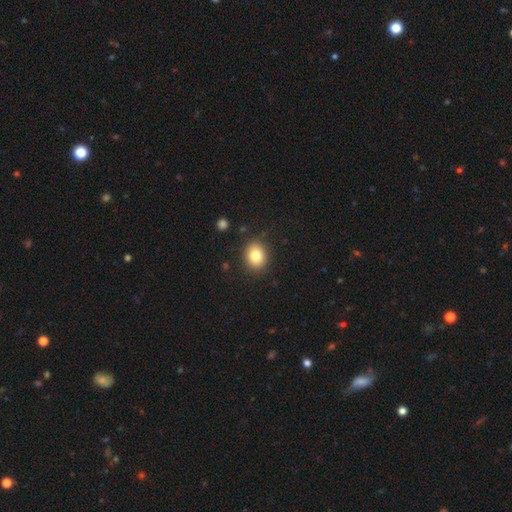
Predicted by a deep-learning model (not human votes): This is clearly a smooth galaxy (81%). How rounded: likely round (61%). Merging: clearly none (87%).